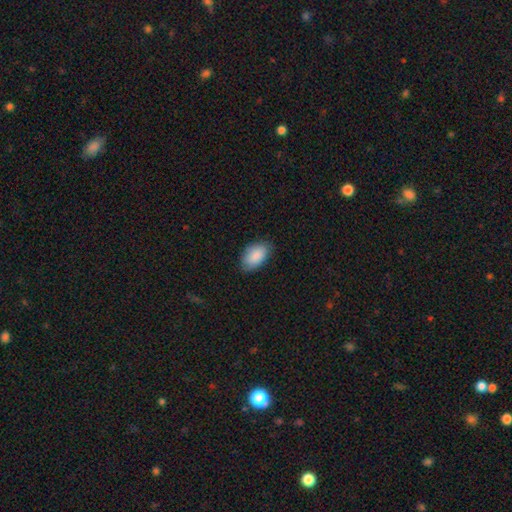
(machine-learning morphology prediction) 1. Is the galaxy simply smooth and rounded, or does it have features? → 89% smooth, 6% star or artifact, 6% featured or disk.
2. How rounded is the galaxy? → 95% in between, 4% round, 2% cigar-shaped.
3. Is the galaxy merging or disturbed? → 79% none, 17% minor disturbance, 3% major disturbance, 1% merger.